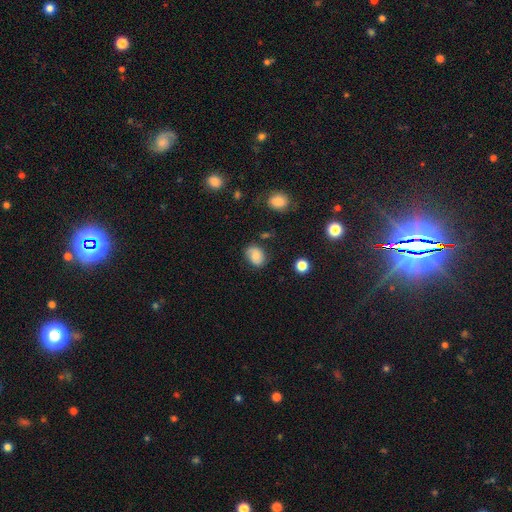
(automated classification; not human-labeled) smooth 70%, featured or disk 20%, star or artifact 10%. Down the decision tree: how rounded — in between (67%); merging — none (75%).